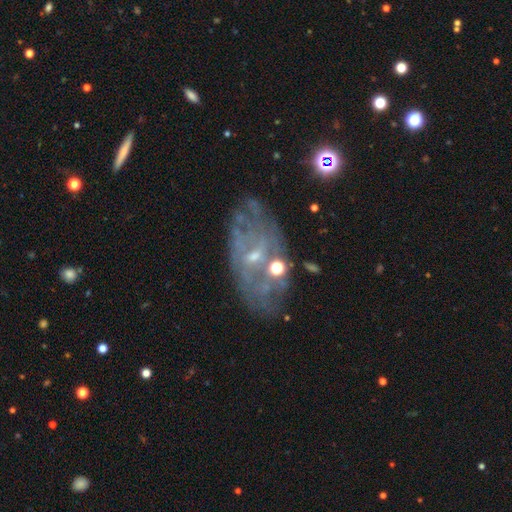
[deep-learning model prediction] Morphology: type=featured or disk (71%); edge-on=no (91%); bar=no (54%); spiral arms=yes (61%); bulge=small (70%); merging=none (66%).